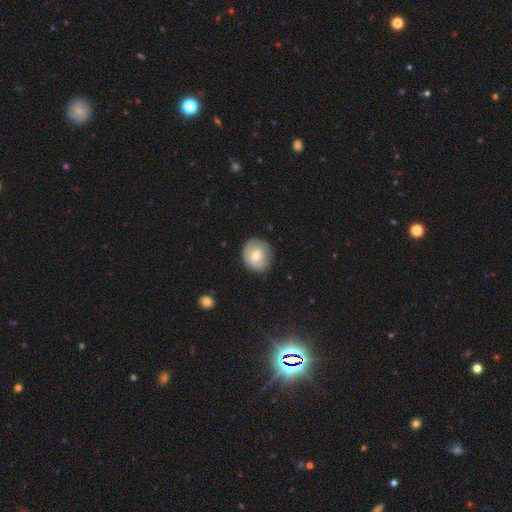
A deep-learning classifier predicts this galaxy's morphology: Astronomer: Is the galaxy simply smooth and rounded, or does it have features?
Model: smooth — 58% (runner-up: featured or disk, 35%).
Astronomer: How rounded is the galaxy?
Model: round — 77%.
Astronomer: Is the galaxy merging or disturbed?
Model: none — 77%.